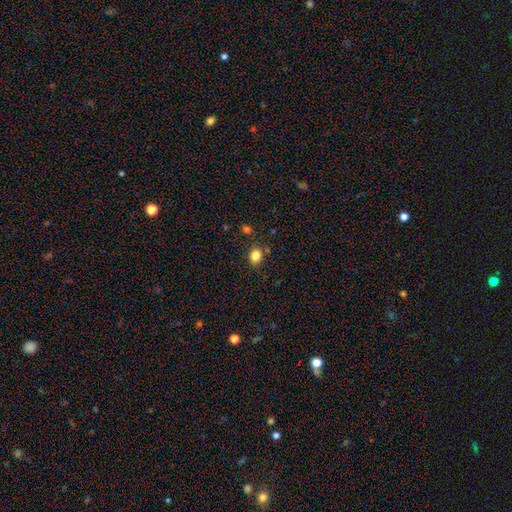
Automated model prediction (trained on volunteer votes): This is clearly a smooth galaxy (83%). How rounded: possibly round (54%). Merging: clearly none (82%).